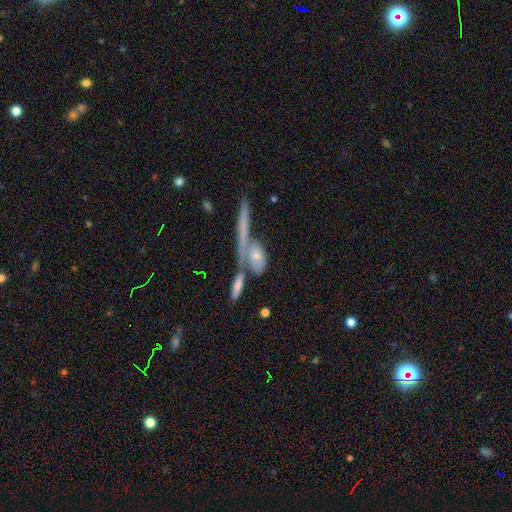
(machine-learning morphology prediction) A featured or disk galaxy (50%) viewed edge-on (53%). Merging: none (44%).